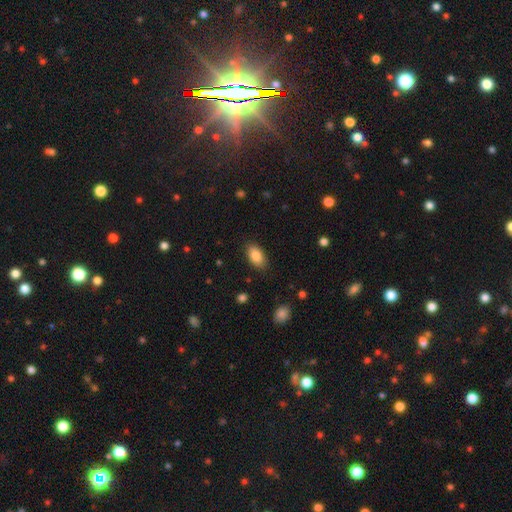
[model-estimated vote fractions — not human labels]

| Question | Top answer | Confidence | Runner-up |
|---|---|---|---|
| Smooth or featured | smooth | 85% | featured or disk (8%) |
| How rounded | in between | 92% | round (4%) |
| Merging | none | 86% | minor disturbance (10%) |